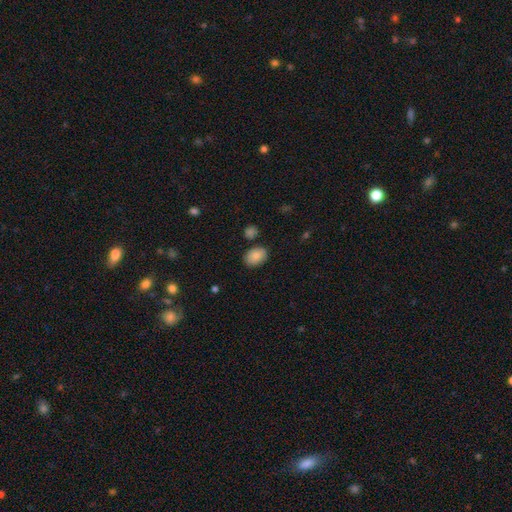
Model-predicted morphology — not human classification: Overall: smooth (88%). How rounded: in between (80%). Merging: none (81%).